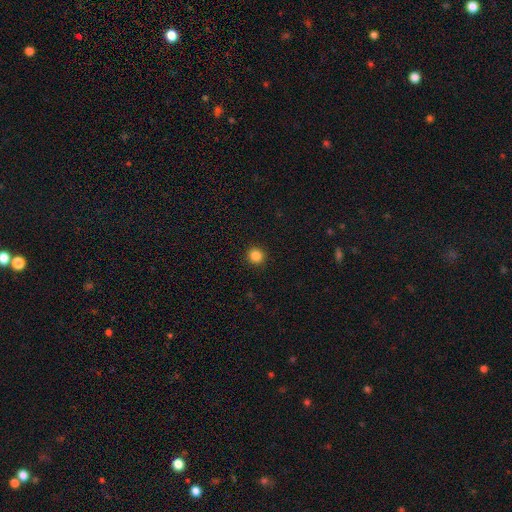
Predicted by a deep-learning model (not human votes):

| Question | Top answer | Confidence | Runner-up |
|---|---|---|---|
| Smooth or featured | smooth | 85% | star or artifact (12%) |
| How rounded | round | 94% | in between (5%) |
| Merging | none | 93% | minor disturbance (5%) |